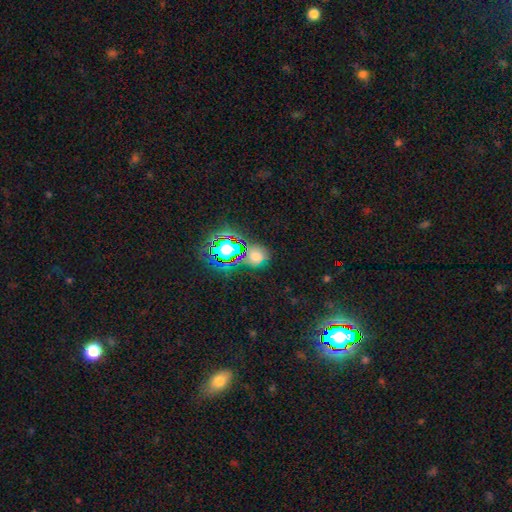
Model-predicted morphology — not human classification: This appears to be a smooth galaxy with no disk features (47%). Merging: none (66%).